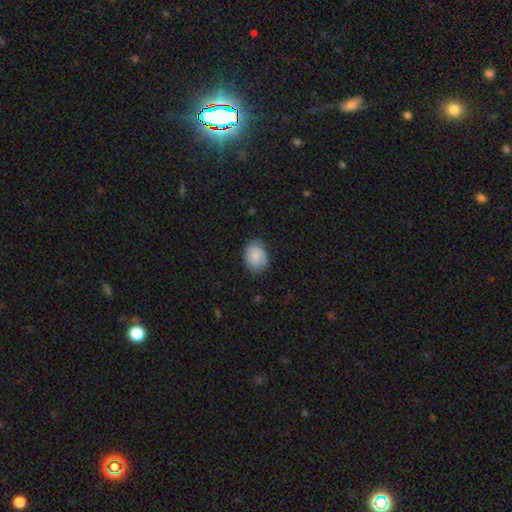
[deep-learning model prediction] smooth-or-featured: smooth: 81% | featured or disk: 12% | star or artifact: 7%
  how-rounded: in between: 55% | round: 44% | cigar-shaped: 1%
  merging: none: 72% | minor disturbance: 23% | major disturbance: 5% | merger: 1%